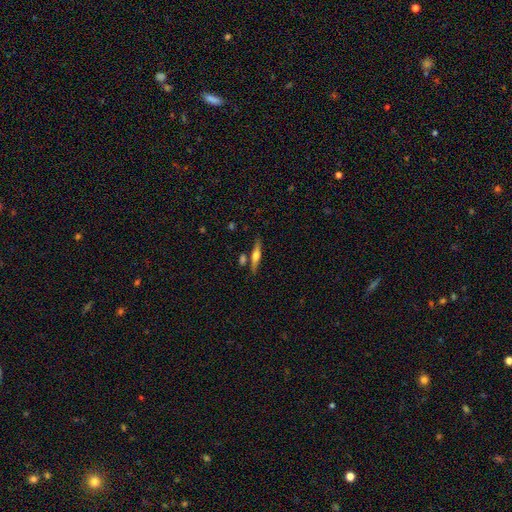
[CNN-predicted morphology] A featured or disk galaxy (61%) viewed edge-on (96%) with a rounded central bulge (90%).

Vote fractions:
- Smooth or featured? featured or disk: 61% / smooth: 33% / star or artifact: 6%
- Edge-on disk? yes: 96% / no: 4%
- Edge-on bulge? rounded: 90% / boxy: 6% / none: 4%
- Merging? none: 79% / minor disturbance: 9% / merger: 9% / major disturbance: 2%